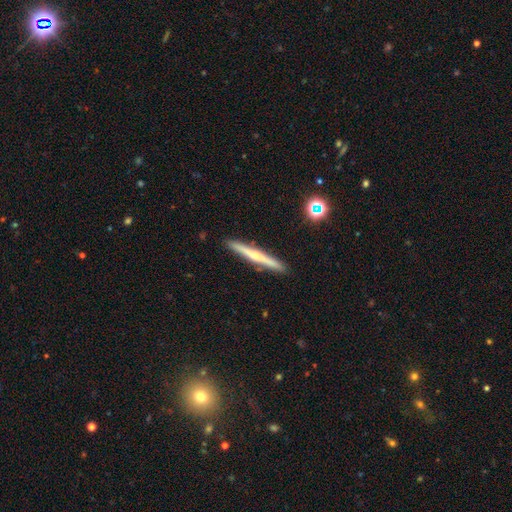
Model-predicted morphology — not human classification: smooth-or-featured: featured or disk: 60% | smooth: 34% | star or artifact: 6%
  disk-edge-on: yes: 98% | no: 2%
    edge-on-bulge: rounded: 67% | none: 27% | boxy: 6%
  merging: none: 91% | minor disturbance: 6% | merger: 1% | major disturbance: 1%